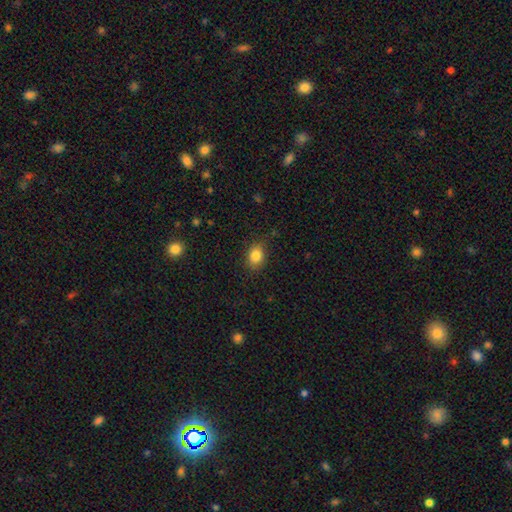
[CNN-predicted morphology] A smooth galaxy with no disk features (84%) that is in between round and cigar-shaped (52%).

Vote fractions:
- Smooth or featured? smooth: 84% / star or artifact: 10% / featured or disk: 6%
- How rounded? in between: 52% / round: 46% / cigar-shaped: 1%
- Merging? none: 82% / minor disturbance: 13% / major disturbance: 3% / merger: 1%